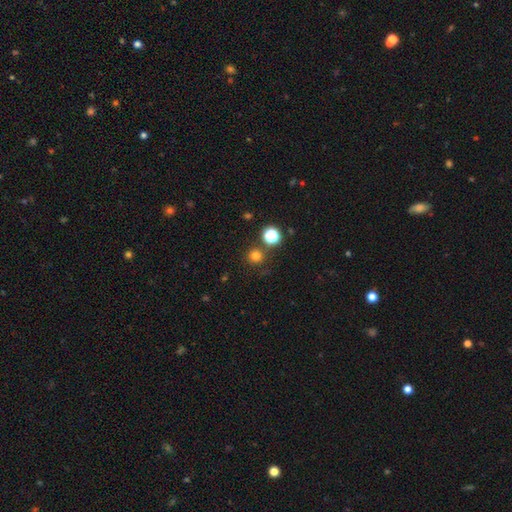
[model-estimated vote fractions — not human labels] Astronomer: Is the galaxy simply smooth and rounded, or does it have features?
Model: smooth — 76%.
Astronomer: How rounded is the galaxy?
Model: round — 94%.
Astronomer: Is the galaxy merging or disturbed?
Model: none — 81%.